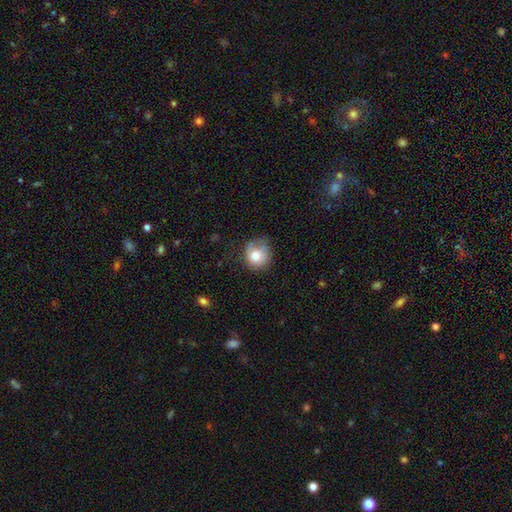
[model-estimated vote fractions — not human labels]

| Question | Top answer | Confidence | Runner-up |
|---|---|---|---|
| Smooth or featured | smooth | 76% | featured or disk (15%) |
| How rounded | round | 82% | in between (17%) |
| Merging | none | 52% | minor disturbance (32%) |